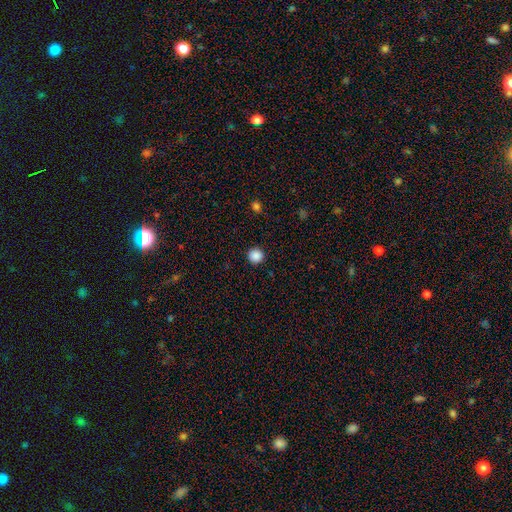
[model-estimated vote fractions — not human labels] The model was most divided on "smooth or featured": smooth: 87%, star or artifact: 10%, featured or disk: 3%. More confident: how rounded — round (96%); merging — none (93%).